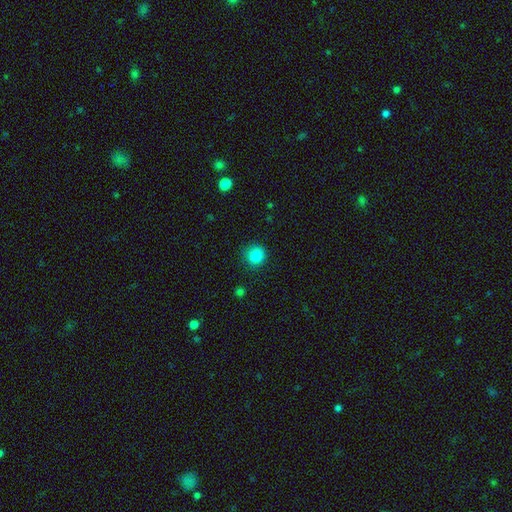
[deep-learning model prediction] Smooth or featured? Predicted: smooth (p=0.86). How rounded? Predicted: round (p=0.90). Merging? Predicted: none (p=0.84).